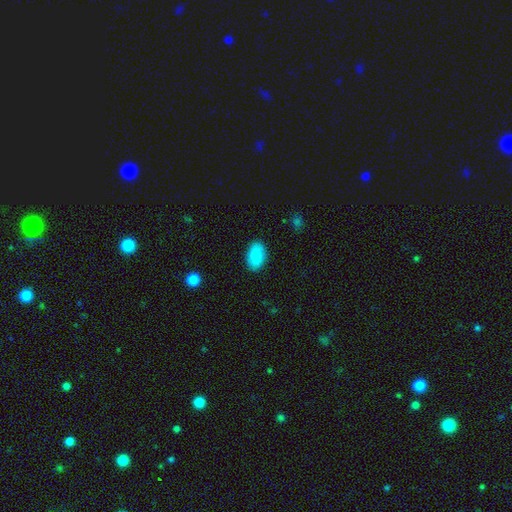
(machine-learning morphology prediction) Smooth or featured?
  - smooth: 86% *
  - featured or disk: 7%
  - star or artifact: 7%
How rounded?
  - in between: 93% *
  - round: 6%
  - cigar-shaped: 1%
Merging?
  - none: 87% *
  - minor disturbance: 9%
  - major disturbance: 2%
  - merger: 1%